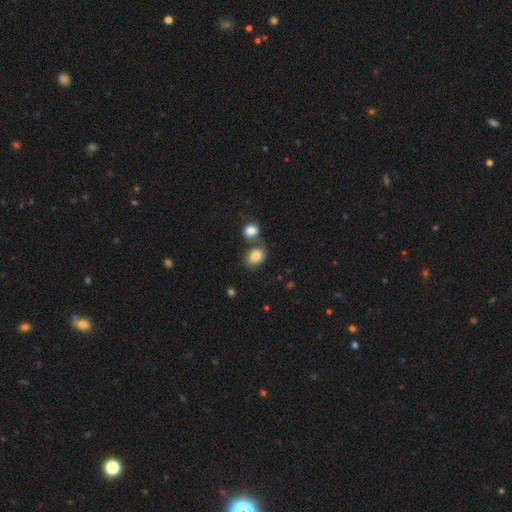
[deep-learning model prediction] smooth 81%, featured or disk 11%, star or artifact 8%. Down the decision tree: how rounded — in between (65%); merging — none (42%).